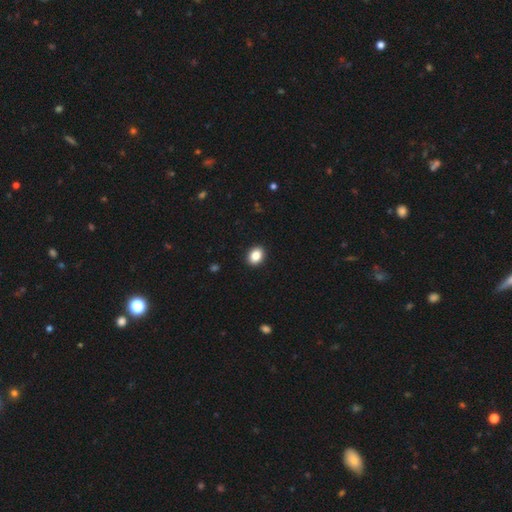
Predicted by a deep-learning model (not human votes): Smooth or featured: smooth — 86% (star or artifact — 9%)
How rounded: in between — 58% (round — 41%)
Merging: none — 92% (minor disturbance — 5%)